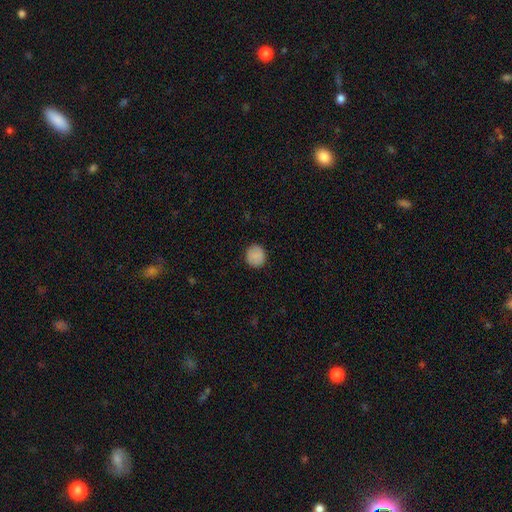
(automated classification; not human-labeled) smooth_or_featured: smooth (p=0.88) [alt: star or artifact p=0.08]
how_rounded: round (p=0.88) [alt: in between p=0.11]
merging: none (p=0.90) [alt: minor disturbance p=0.07]